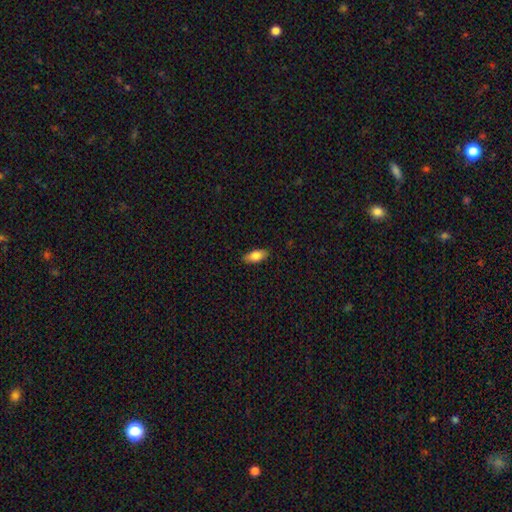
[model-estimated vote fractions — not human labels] Morphology: type=smooth (81%); roundness=in between (85%); merging=none (87%).